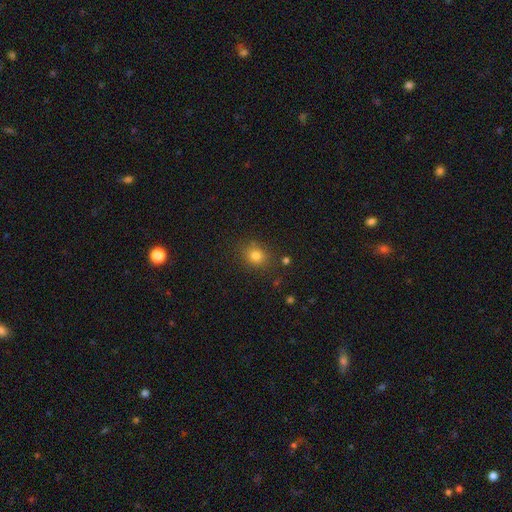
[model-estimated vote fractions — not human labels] smooth_or_featured: smooth (p=0.80) [alt: star or artifact p=0.14]
how_rounded: round (p=0.71) [alt: in between p=0.28]
merging: none (p=0.82) [alt: minor disturbance p=0.12]